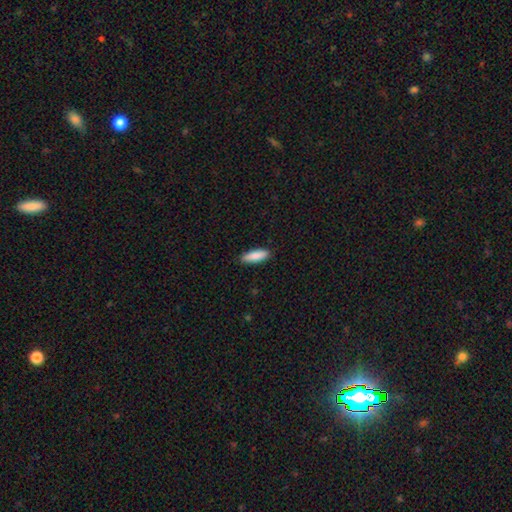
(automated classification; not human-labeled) smooth 88%, featured or disk 6%, star or artifact 5%. Down the decision tree: how rounded — in between (54%); merging — none (89%).